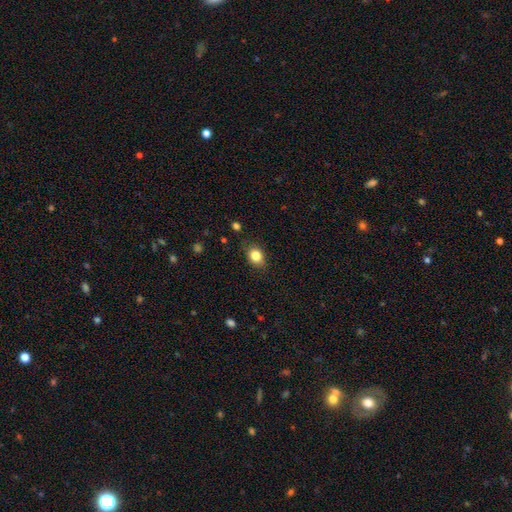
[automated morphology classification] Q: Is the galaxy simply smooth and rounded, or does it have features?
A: smooth — 83%.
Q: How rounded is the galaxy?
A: in between — 61%.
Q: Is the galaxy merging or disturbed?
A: none — 83%.